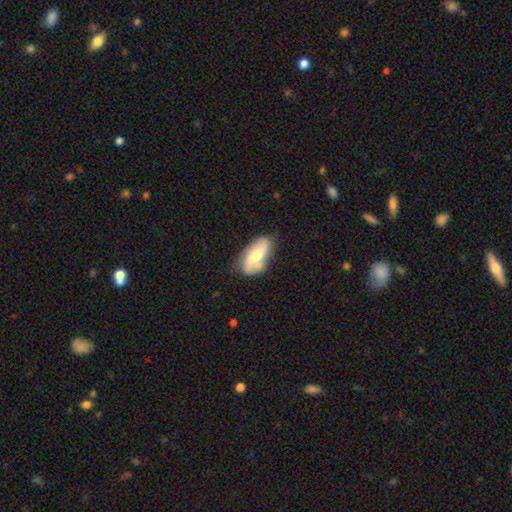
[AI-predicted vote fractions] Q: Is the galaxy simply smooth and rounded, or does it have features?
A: featured or disk — 56%.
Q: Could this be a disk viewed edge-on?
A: no — 91%.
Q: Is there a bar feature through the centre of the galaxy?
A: no — 45%.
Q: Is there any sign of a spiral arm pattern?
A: yes — 81%.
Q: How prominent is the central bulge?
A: moderate — 65%.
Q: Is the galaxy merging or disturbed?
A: none — 64%.